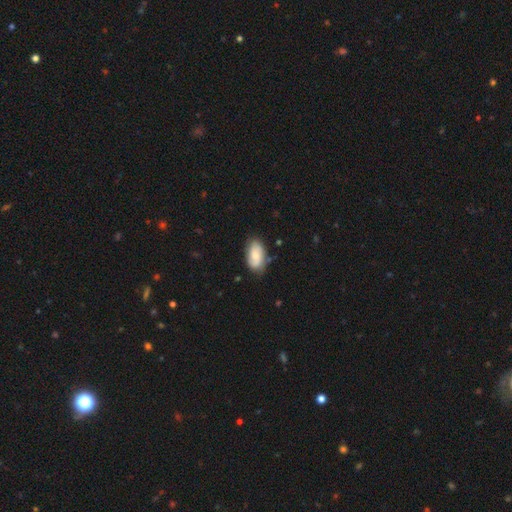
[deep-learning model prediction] This appears to be a smooth galaxy with no disk features (64%) that is in between round and cigar-shaped (93%). Merging: none (73%).